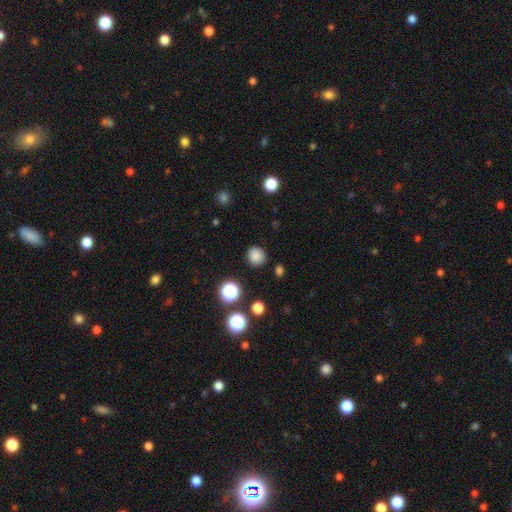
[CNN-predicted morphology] smooth_or_featured: smooth (p=0.82) [alt: star or artifact p=0.14]
how_rounded: round (p=0.89) [alt: in between p=0.10]
merging: none (p=0.87) [alt: minor disturbance p=0.08]